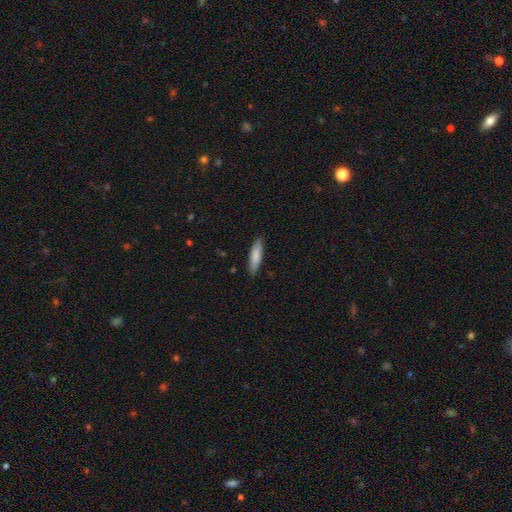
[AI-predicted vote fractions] Q: Smooth or featured?
A: smooth (82%); runner-up: featured or disk (12%)
Q: How rounded?
A: cigar-shaped (70%); runner-up: in between (29%)
Q: Merging?
A: none (87%); runner-up: minor disturbance (10%)